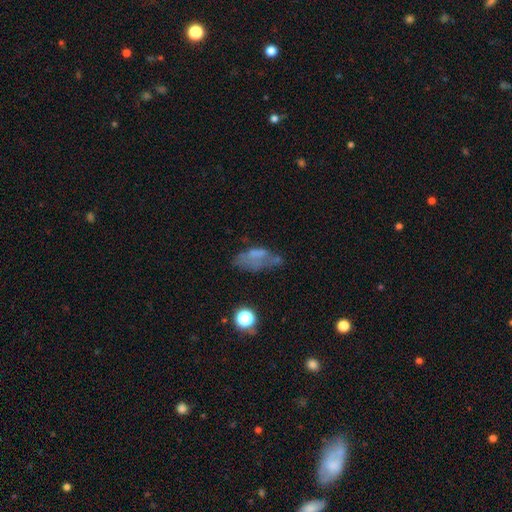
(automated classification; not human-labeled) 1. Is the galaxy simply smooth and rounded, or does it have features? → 46% smooth, 36% featured or disk, 17% star or artifact.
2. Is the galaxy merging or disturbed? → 34% none, 31% major disturbance, 26% minor disturbance, 9% merger.